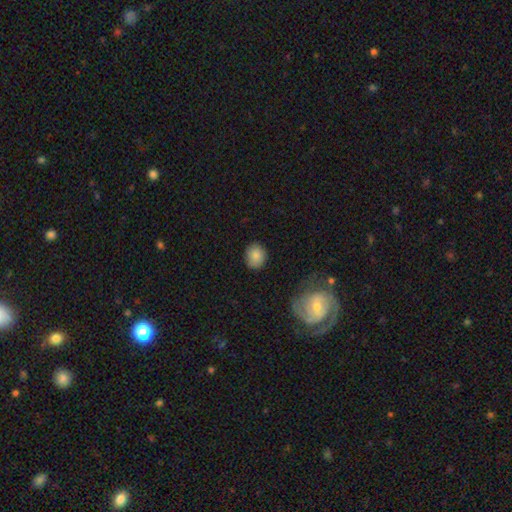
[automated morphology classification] Smooth or featured? smooth (85%)
How rounded? round (67%)
Merging? none (85%)